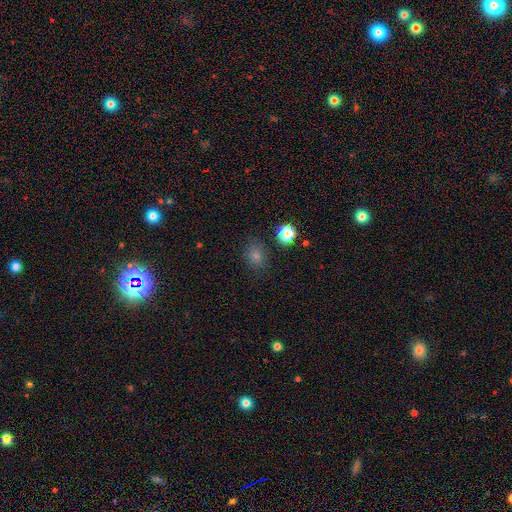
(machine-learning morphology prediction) Smooth or featured? Predicted: smooth (p=0.70). How rounded? Predicted: round (p=0.62). Merging? Predicted: none (p=0.84).